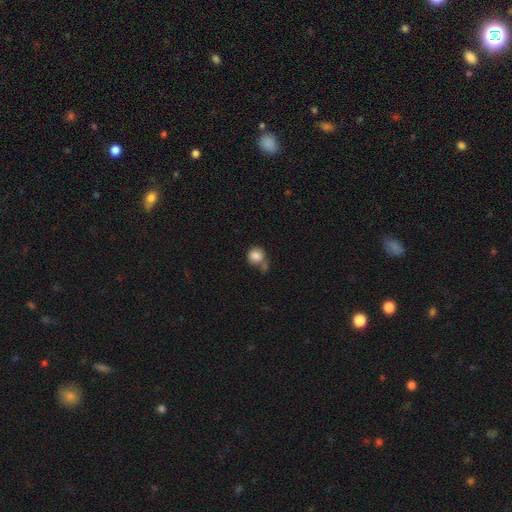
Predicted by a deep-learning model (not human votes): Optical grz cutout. It shows a smooth galaxy with no disk features (84%) that is round (86%). Merging: none (46%).